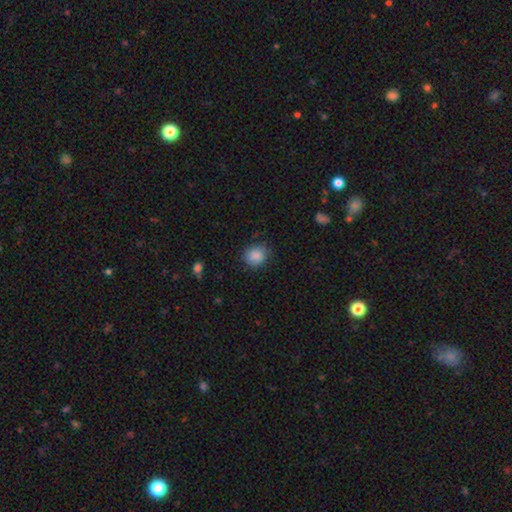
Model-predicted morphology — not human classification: smooth 87%, star or artifact 8%, featured or disk 5%. Down the decision tree: how rounded — round (77%); merging — none (79%).